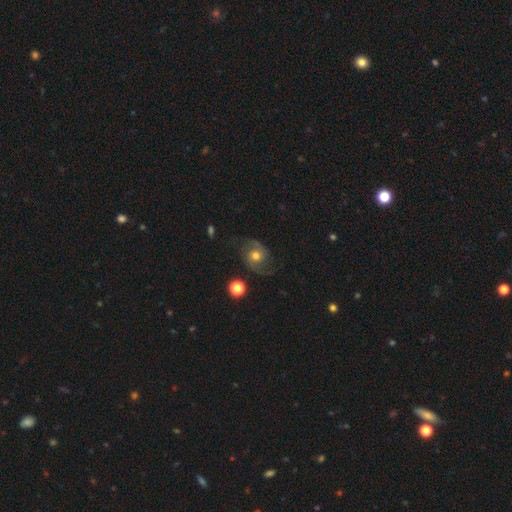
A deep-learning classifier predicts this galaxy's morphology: Smooth or featured? Predicted: featured or disk (p=0.79). Edge-on disk? Predicted: no (p=0.97). Bar? Predicted: no (p=0.70). Spiral arms? Predicted: yes (p=0.95). Spiral winding? Predicted: medium (p=0.47). Spiral arm count? Predicted: 2 (p=0.92). Bulge size? Predicted: moderate (p=0.73). Merging? Predicted: none (p=0.76).